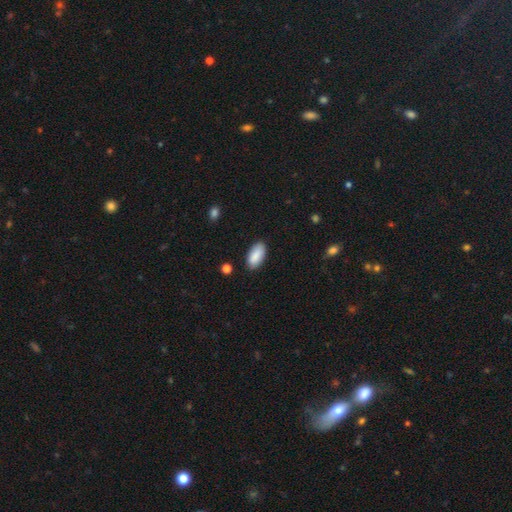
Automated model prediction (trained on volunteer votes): Q: Smooth or featured?
A: smooth (89%); runner-up: star or artifact (6%)
Q: How rounded?
A: in between (92%); runner-up: cigar-shaped (6%)
Q: Merging?
A: none (86%); runner-up: minor disturbance (10%)